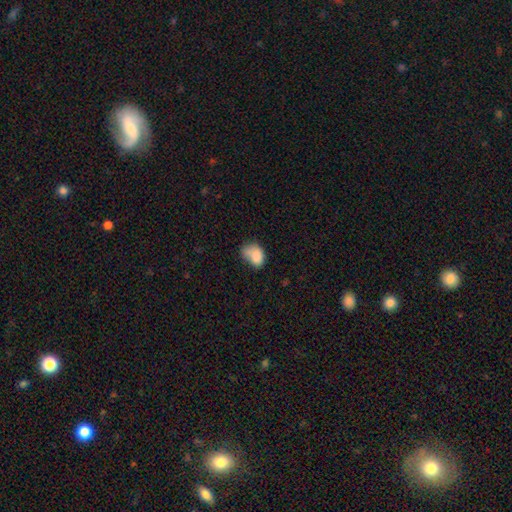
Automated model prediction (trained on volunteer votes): smooth_or_featured: smooth (p=0.80) [alt: featured or disk p=0.11]
how_rounded: in between (p=0.75) [alt: round p=0.24]
merging: none (p=0.32) [alt: minor disturbance p=0.28]